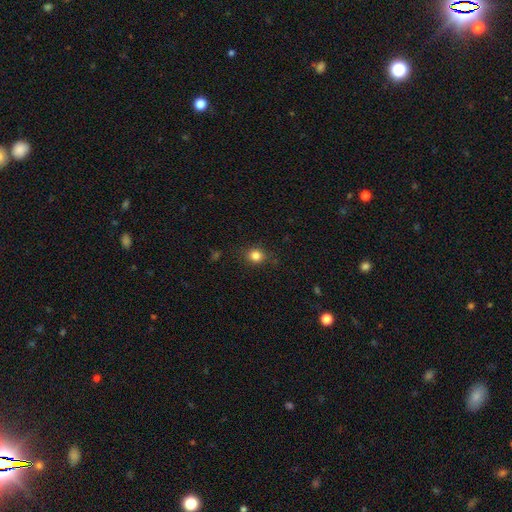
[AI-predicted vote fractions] Smooth or featured? Predicted: smooth (p=0.83). How rounded? Predicted: round (p=0.75). Merging? Predicted: none (p=0.84).